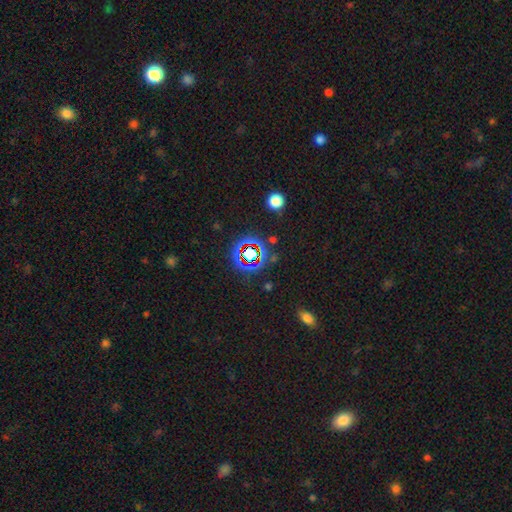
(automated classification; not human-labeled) smooth_or_featured: star or artifact (p=0.71) [alt: smooth p=0.18]